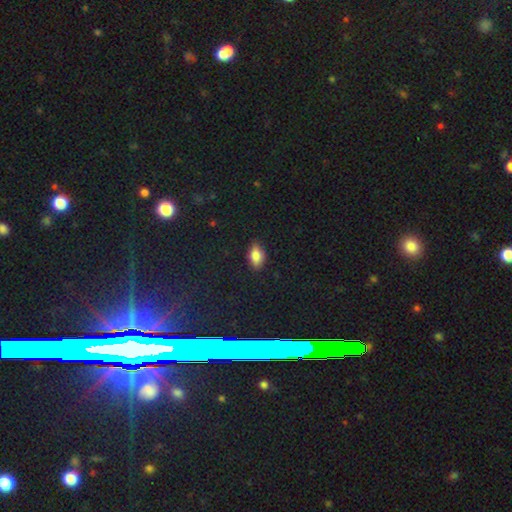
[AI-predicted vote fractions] smooth 83%, star or artifact 9%, featured or disk 8%. Down the decision tree: how rounded — in between (90%); merging — none (81%).